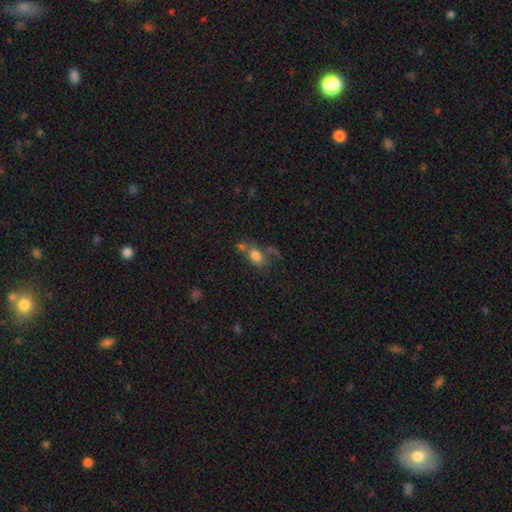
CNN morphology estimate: Smooth or featured? Predicted: smooth (p=0.75). How rounded? Predicted: in between (p=0.66). Merging? Predicted: none (p=0.42).